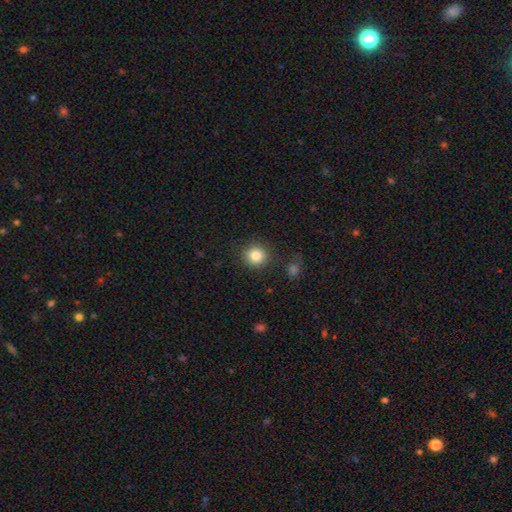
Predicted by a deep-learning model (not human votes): This is clearly a smooth galaxy (84%). How rounded: clearly round (91%). Merging: clearly none (87%).